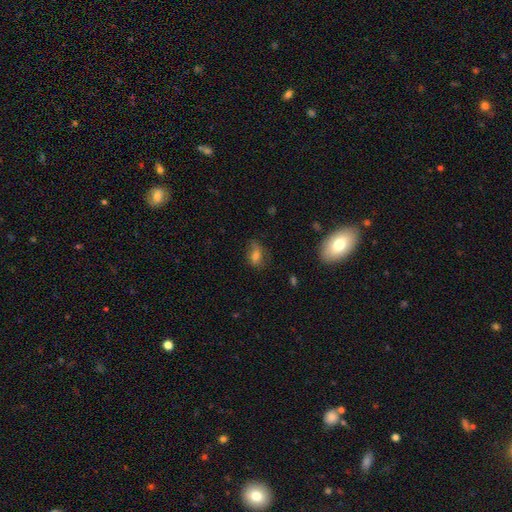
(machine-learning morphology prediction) Q: Smooth or featured?
A: smooth (70%); runner-up: featured or disk (15%)
Q: How rounded?
A: in between (72%); runner-up: round (25%)
Q: Merging?
A: none (55%); runner-up: minor disturbance (29%)